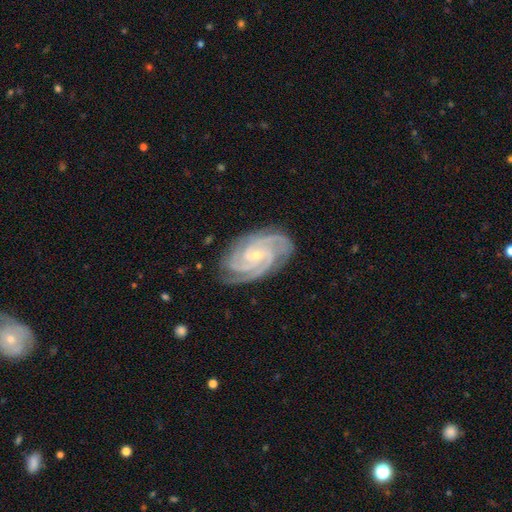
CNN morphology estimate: type=featured or disk (92%); edge-on=no (97%); bar=no (55%); spiral arms=yes (99%); winding=tight (72%); arm count=3 (36%); bulge=small (77%); merging=none (82%).